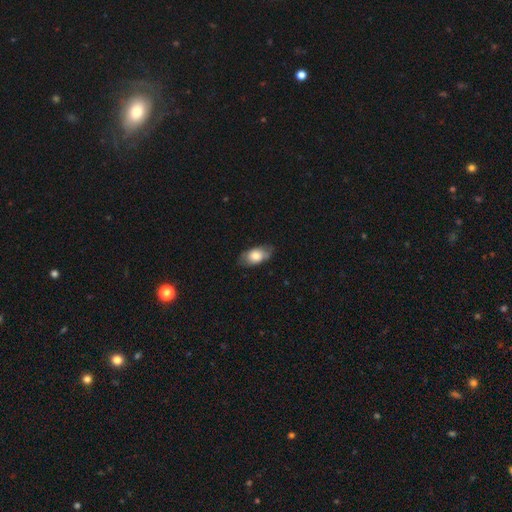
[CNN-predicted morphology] Smooth or featured?
  - smooth: 73% *
  - featured or disk: 20%
  - star or artifact: 7%
How rounded?
  - in between: 90% *
  - round: 7%
  - cigar-shaped: 3%
Merging?
  - none: 74% *
  - minor disturbance: 20%
  - major disturbance: 4%
  - merger: 1%